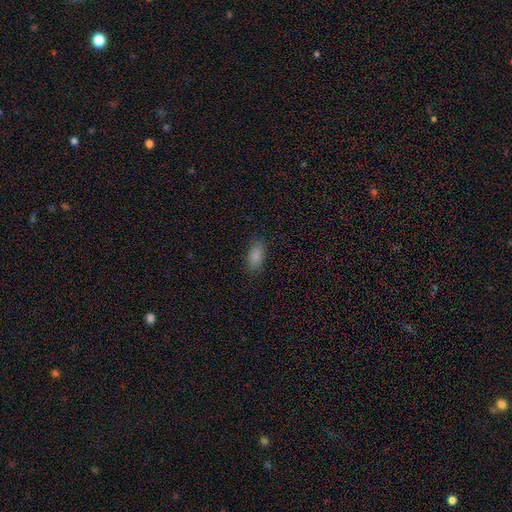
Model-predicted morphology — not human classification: This appears to be a smooth galaxy with no disk features (85%) that is in between round and cigar-shaped (87%). Merging: none (84%).